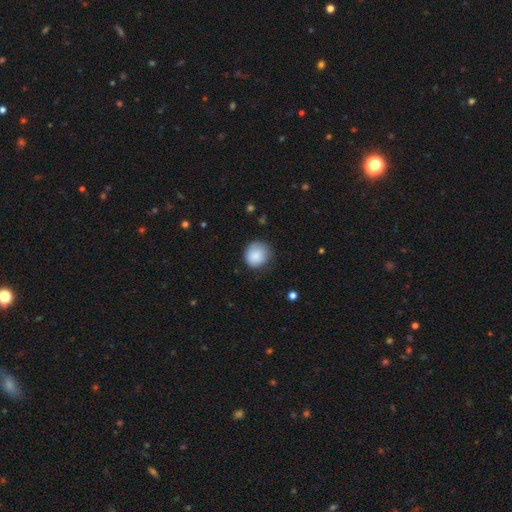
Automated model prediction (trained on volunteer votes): smooth 86%, star or artifact 7%, featured or disk 6%. Down the decision tree: how rounded — round (88%); merging — none (77%).